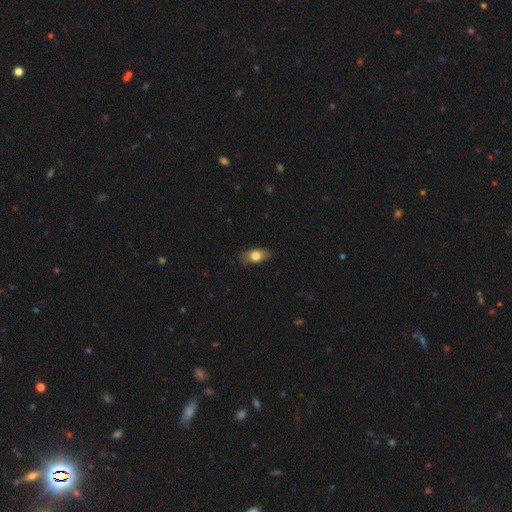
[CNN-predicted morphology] This is likely a smooth galaxy (77%). How rounded: clearly in between (84%). Merging: clearly none (80%).